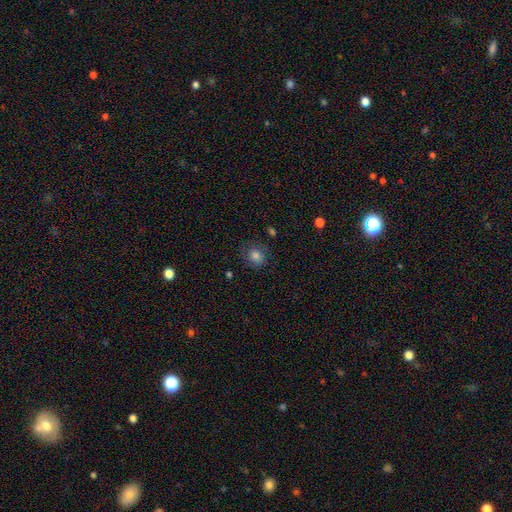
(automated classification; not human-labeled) The model was most divided on "how rounded": round: 77%, in between: 22%, cigar-shaped: 1%. More confident: smooth or featured — smooth (80%); merging — none (79%).